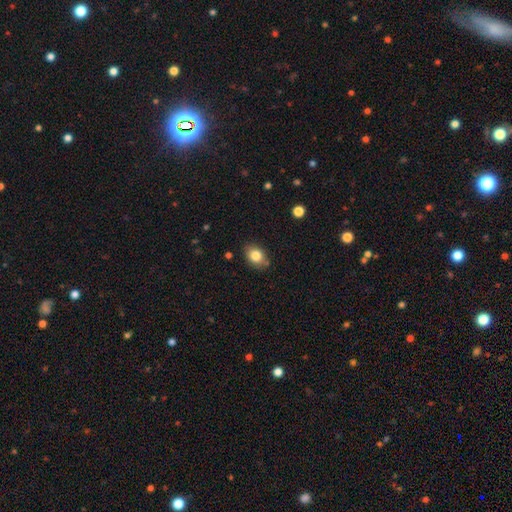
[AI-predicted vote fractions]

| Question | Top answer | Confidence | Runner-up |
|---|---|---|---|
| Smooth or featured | smooth | 82% | star or artifact (9%) |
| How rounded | in between | 72% | round (27%) |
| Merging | none | 81% | minor disturbance (13%) |